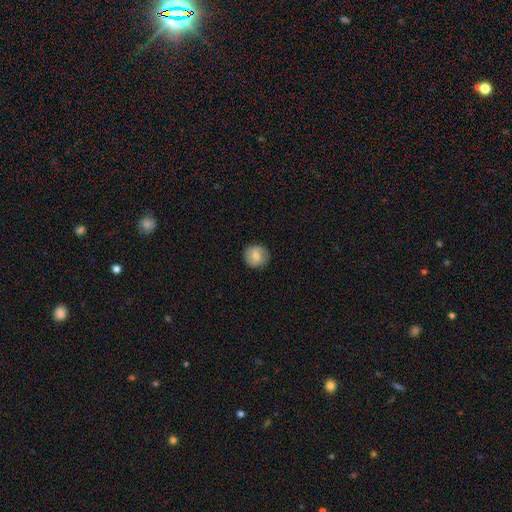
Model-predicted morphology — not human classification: Smooth or featured? smooth (72%)
How rounded? round (90%)
Merging? none (87%)